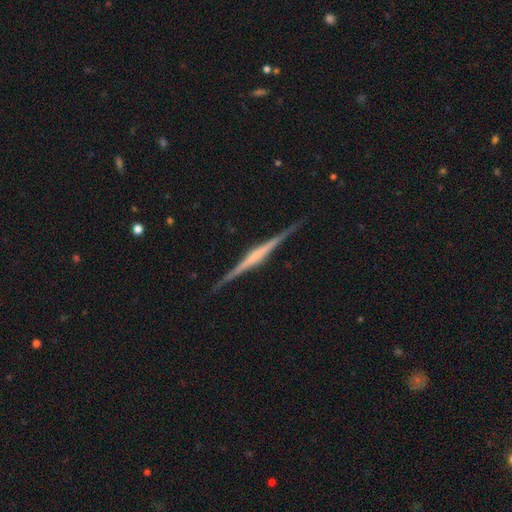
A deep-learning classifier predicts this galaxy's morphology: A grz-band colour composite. It shows a featured or disk galaxy (83%) viewed edge-on (99%) with a rounded central bulge (43%). Merging: none (91%).